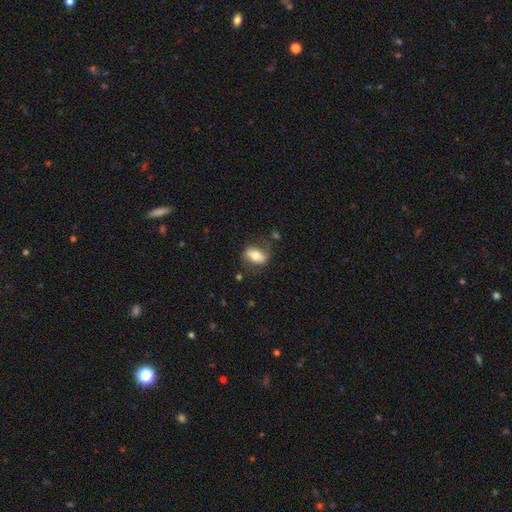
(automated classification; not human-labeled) A smooth galaxy with no disk features (58%) that is in between round and cigar-shaped (82%). Merging: none (68%).